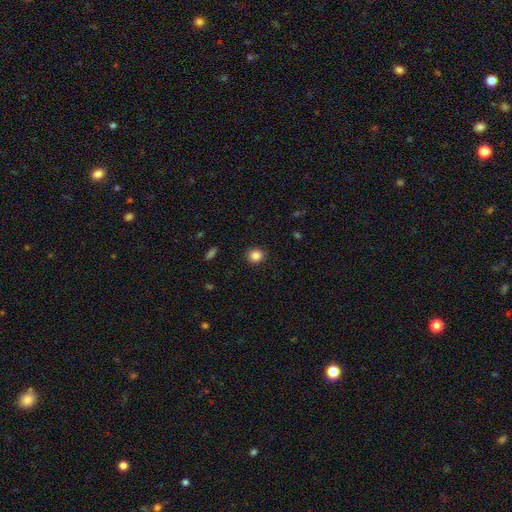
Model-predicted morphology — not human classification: Smooth or featured? smooth (86%)
How rounded? round (86%)
Merging? none (91%)